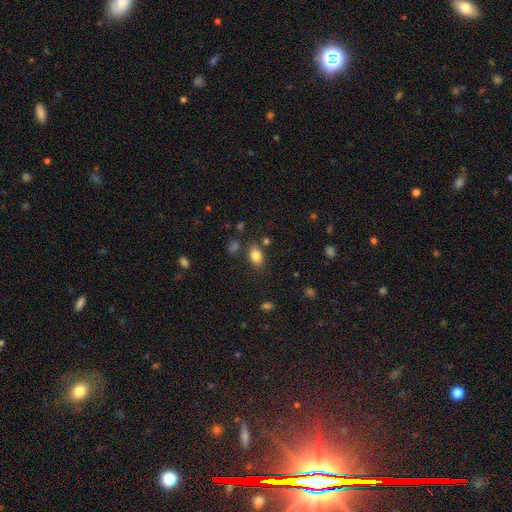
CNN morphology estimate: smooth_or_featured: smooth (p=0.82) [alt: star or artifact p=0.10]
how_rounded: in between (p=0.84) [alt: round p=0.14]
merging: none (p=0.77) [alt: minor disturbance p=0.13]